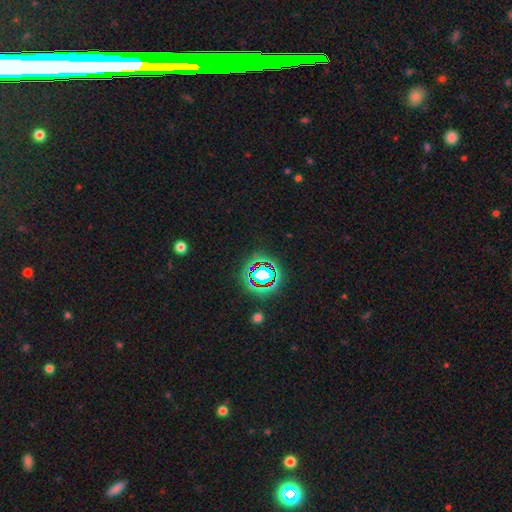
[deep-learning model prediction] The model was most divided on "smooth or featured": star or artifact: 74%, smooth: 14%, featured or disk: 12%.